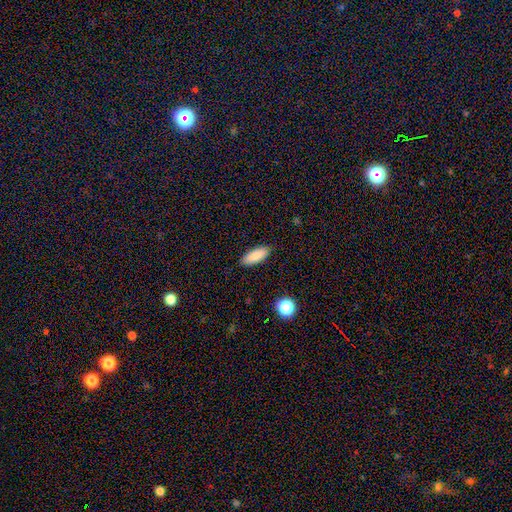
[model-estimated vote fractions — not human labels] Smooth or featured? Predicted: smooth (p=0.86). How rounded? Predicted: in between (p=0.74). Merging? Predicted: none (p=0.88).